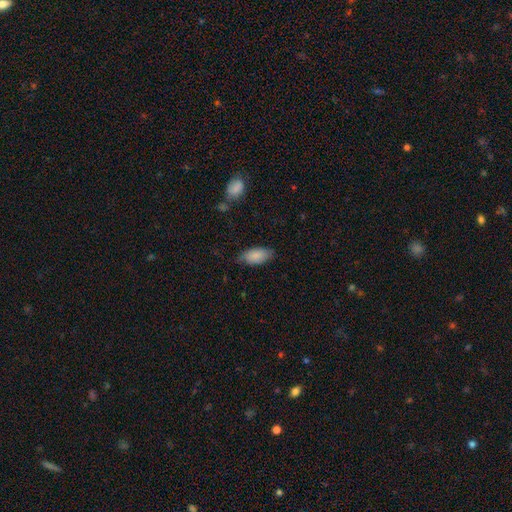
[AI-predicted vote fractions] Smooth or featured? smooth (85%)
How rounded? in between (91%)
Merging? none (67%)